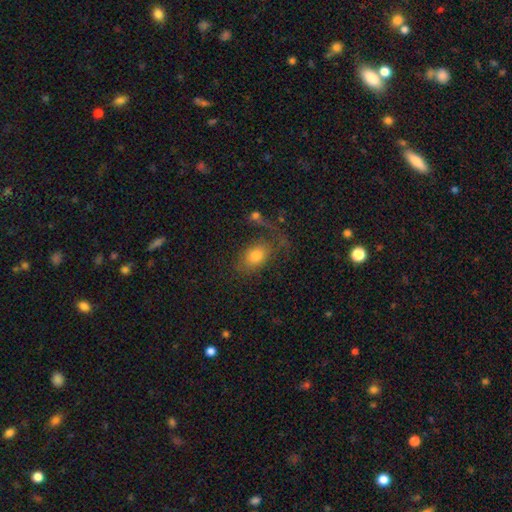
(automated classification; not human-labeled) This is likely a smooth galaxy (71%). How rounded: likely in between (78%). Merging: possibly none (50%).